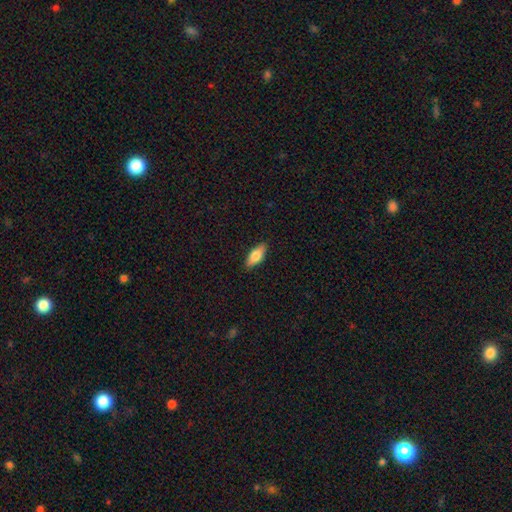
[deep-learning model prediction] Morphology: type=smooth (76%); roundness=in between (80%); merging=none (88%).